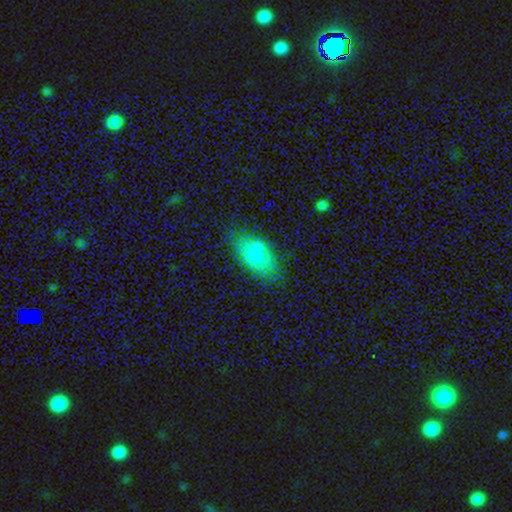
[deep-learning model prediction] Overall: smooth (79%). How rounded: in between (90%). Merging: none (73%).